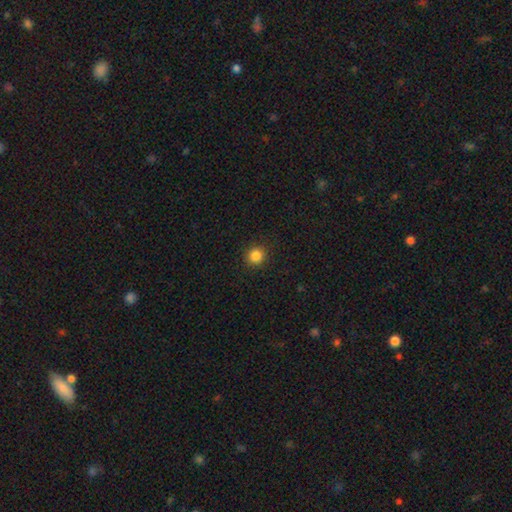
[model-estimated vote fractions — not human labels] Overall: smooth (85%). How rounded: round (92%). Merging: none (91%).